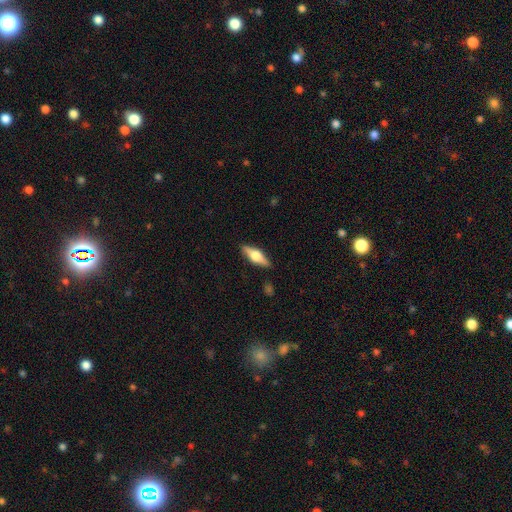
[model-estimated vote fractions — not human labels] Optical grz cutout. It shows a featured or disk galaxy (56%) viewed edge-on (93%) with a rounded central bulge (93%). Merging: none (88%).